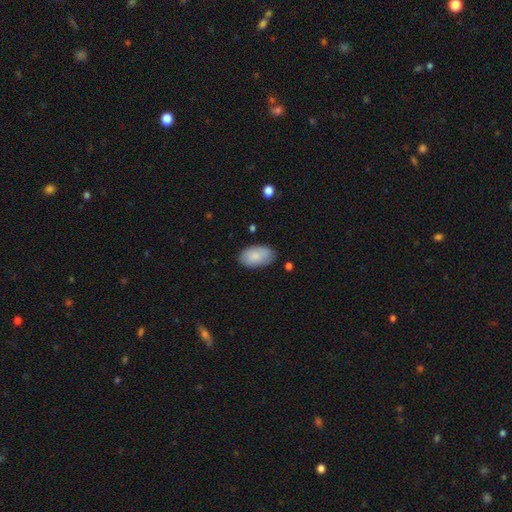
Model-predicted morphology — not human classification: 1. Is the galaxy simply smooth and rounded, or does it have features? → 85% smooth, 10% featured or disk, 6% star or artifact.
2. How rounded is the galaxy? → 95% in between, 4% round, 1% cigar-shaped.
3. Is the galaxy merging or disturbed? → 79% none, 16% minor disturbance, 3% major disturbance, 2% merger.